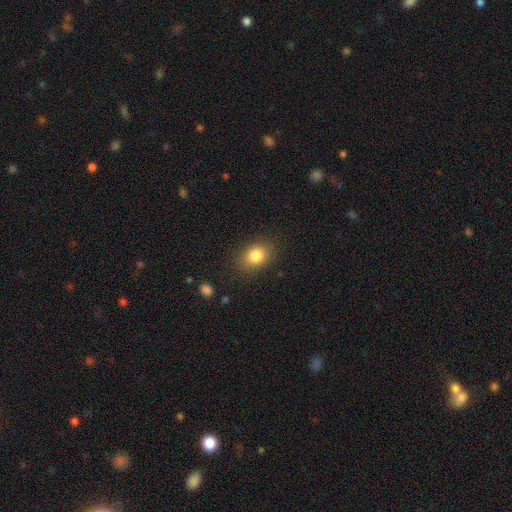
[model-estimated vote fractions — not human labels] This is clearly a smooth galaxy (83%). How rounded: likely in between (60%). Merging: clearly none (84%).